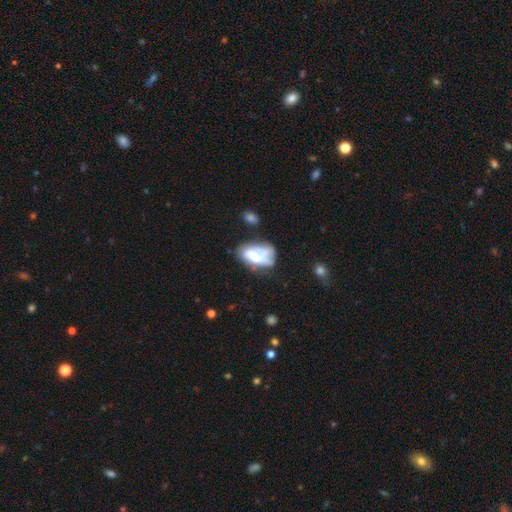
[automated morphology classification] Smooth or featured: featured or disk — 45% (tied with smooth — 45%)
Merging: major disturbance — 29% (none — 28%)